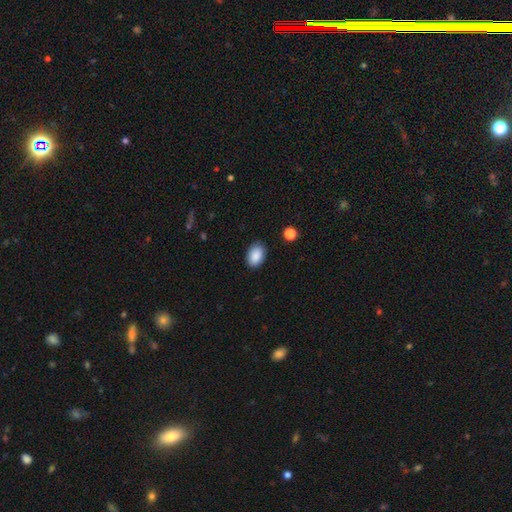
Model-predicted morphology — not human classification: Smooth or featured? smooth (89%)
How rounded? in between (87%)
Merging? none (86%)